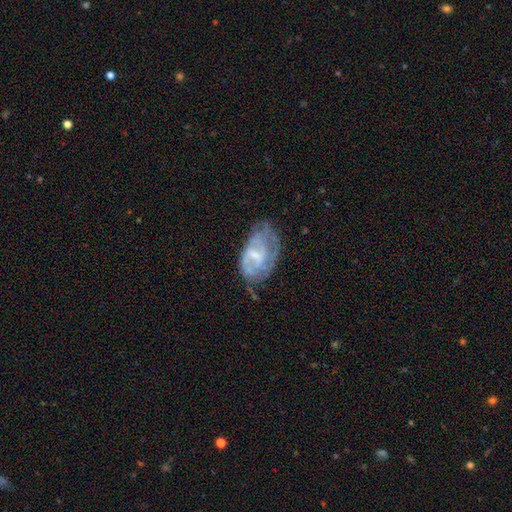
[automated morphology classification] A featured or disk galaxy (71%) with a weak bar (55%), spiral arms (71%) and a small central bulge (48%). Merging: none (47%).